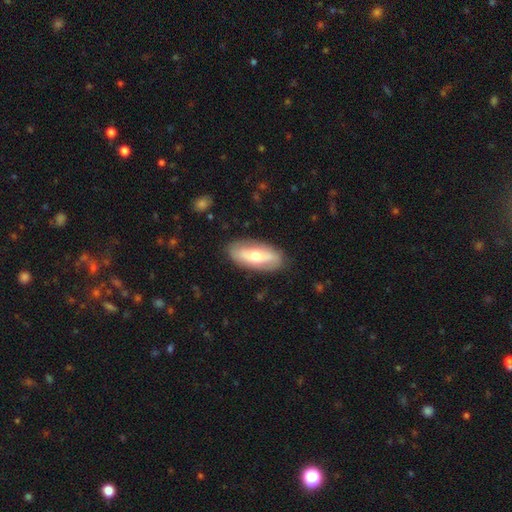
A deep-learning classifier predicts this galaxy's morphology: smooth_or_featured: smooth (p=0.50) [alt: featured or disk p=0.45]
merging: none (p=0.85) [alt: minor disturbance p=0.11]